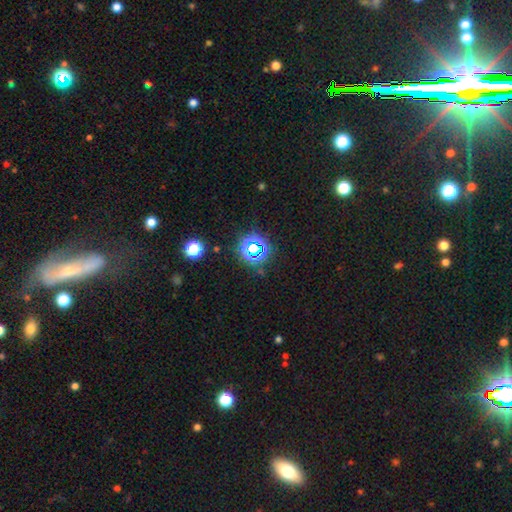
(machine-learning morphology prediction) Smooth or featured?
  - star or artifact: 70% *
  - smooth: 20%
  - featured or disk: 10%